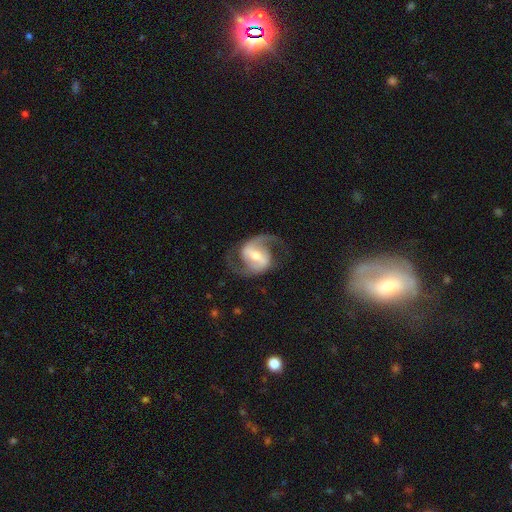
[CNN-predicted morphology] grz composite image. It shows a featured or disk galaxy (88%) with a strong bar (45%), 2 (92%) medium (54%) spiral arms (96%) and a moderate central bulge (59%). Merging: none (75%).